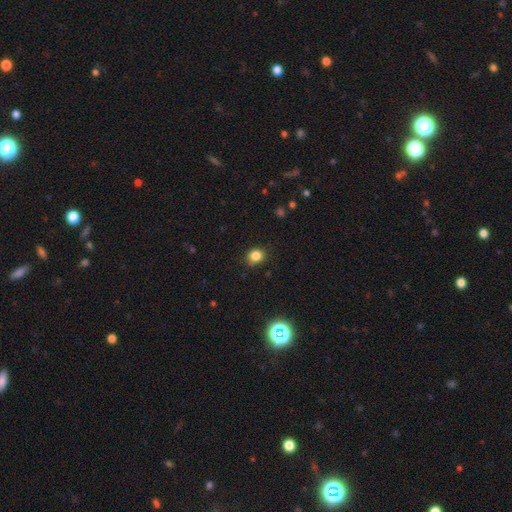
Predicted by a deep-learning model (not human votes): Smooth or featured? Predicted: smooth (p=0.83). How rounded? Predicted: round (p=0.73). Merging? Predicted: none (p=0.83).